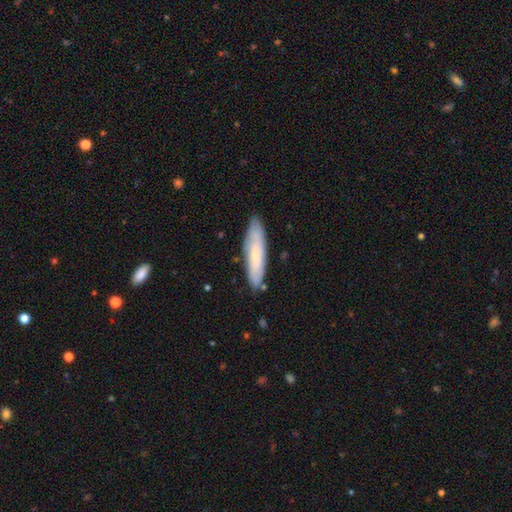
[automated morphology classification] A smooth galaxy with no disk features (66%) that is cigar-shaped (77%).

Vote fractions:
- Smooth or featured? smooth: 66% / featured or disk: 28% / star or artifact: 6%
- How rounded? cigar-shaped: 77% / in between: 21% / round: 1%
- Merging? none: 83% / minor disturbance: 13% / major disturbance: 2% / merger: 2%